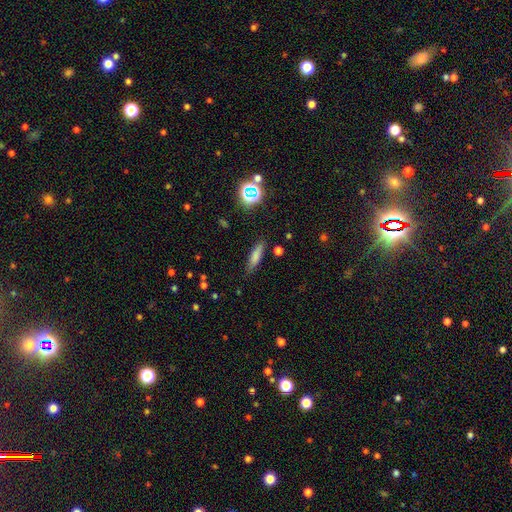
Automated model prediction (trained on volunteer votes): The model was most divided on "how rounded": cigar-shaped: 63%, in between: 34%, round: 3%. More confident: merging — none (80%); smooth or featured — smooth (73%).